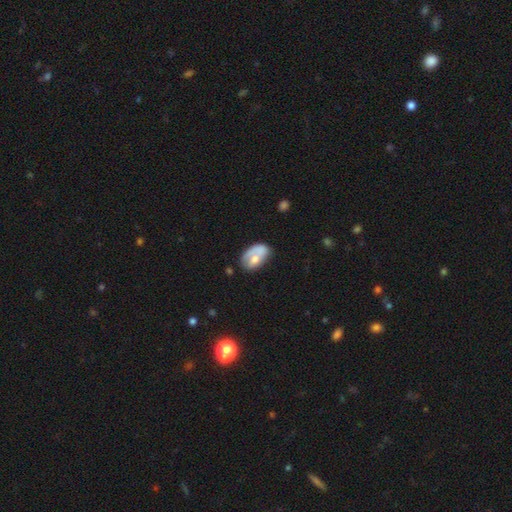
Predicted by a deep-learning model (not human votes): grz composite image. It shows a smooth galaxy with no disk features (56%) that is in between round and cigar-shaped (88%). Merging: none (38%).